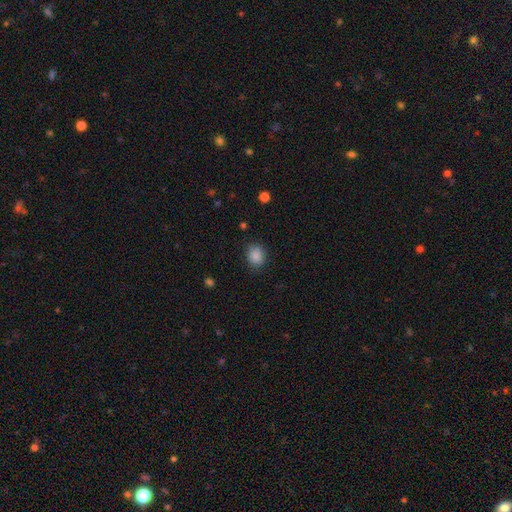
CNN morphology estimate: Smooth or featured: smooth — 87% (star or artifact — 9%)
How rounded: round — 65% (in between — 34%)
Merging: none — 85% (minor disturbance — 11%)